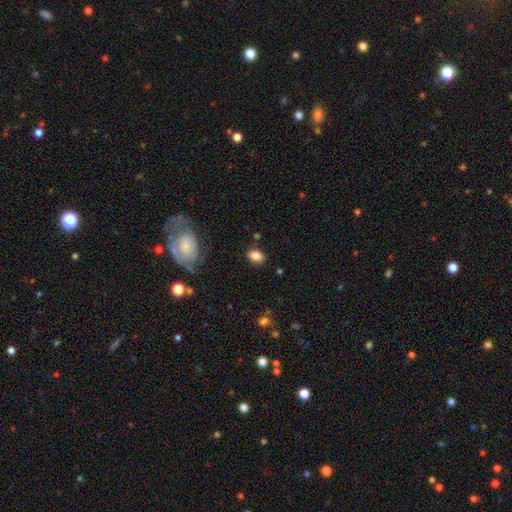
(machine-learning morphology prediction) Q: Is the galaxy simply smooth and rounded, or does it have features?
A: smooth — 85%.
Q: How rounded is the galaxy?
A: in between — 82%.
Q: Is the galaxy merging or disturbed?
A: none — 81%.